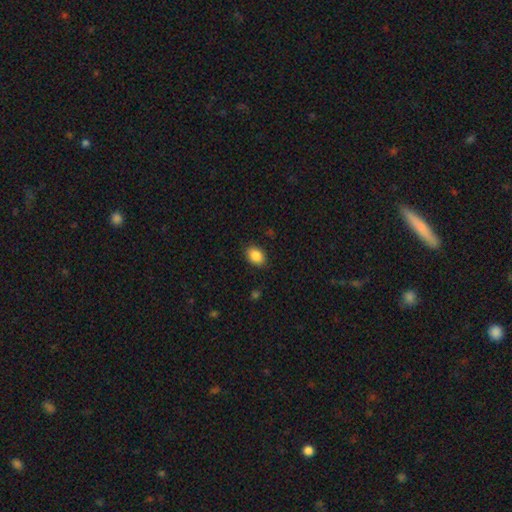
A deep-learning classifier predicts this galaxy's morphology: A smooth galaxy with no disk features (88%) that is in between round and cigar-shaped (81%).

Vote fractions:
- Smooth or featured? smooth: 88% / star or artifact: 8% / featured or disk: 4%
- How rounded? in between: 81% / round: 17% / cigar-shaped: 1%
- Merging? none: 87% / minor disturbance: 10% / major disturbance: 2% / merger: 1%